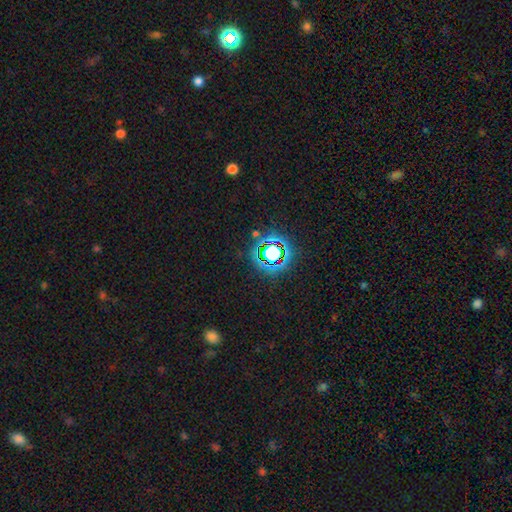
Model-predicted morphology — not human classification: Smooth or featured? star or artifact (76%)